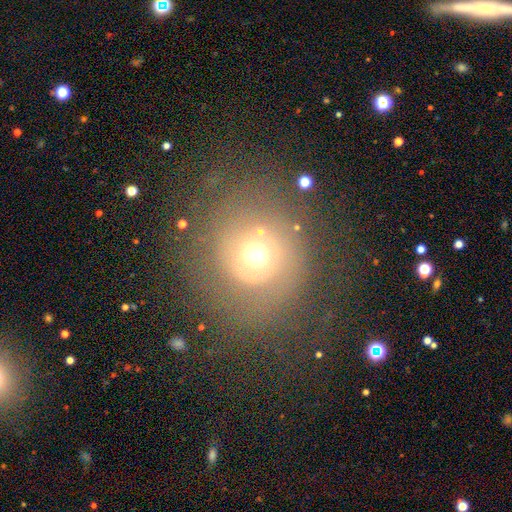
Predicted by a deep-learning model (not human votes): A smooth galaxy with no disk features (44%).

Vote fractions:
- Smooth or featured? smooth: 44% / featured or disk: 39% / star or artifact: 17%
- Merging? none: 66% / major disturbance: 16% / minor disturbance: 15% / merger: 4%